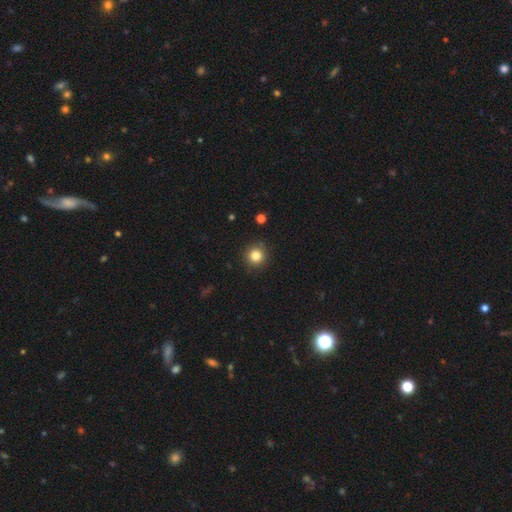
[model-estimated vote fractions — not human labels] Q: Smooth or featured?
A: smooth (82%); runner-up: star or artifact (12%)
Q: How rounded?
A: round (95%); runner-up: in between (4%)
Q: Merging?
A: none (91%); runner-up: minor disturbance (6%)